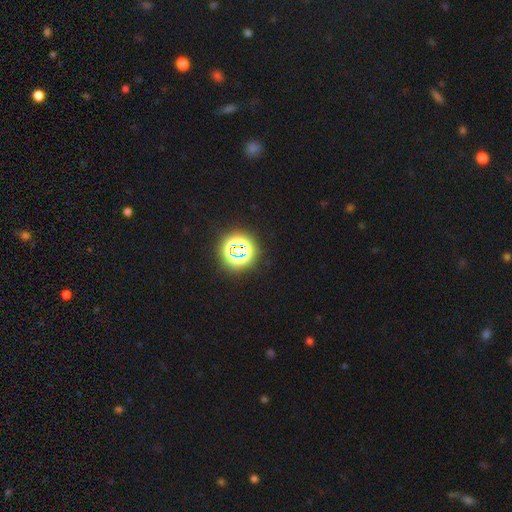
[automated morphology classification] Smooth or featured? star or artifact (75%)